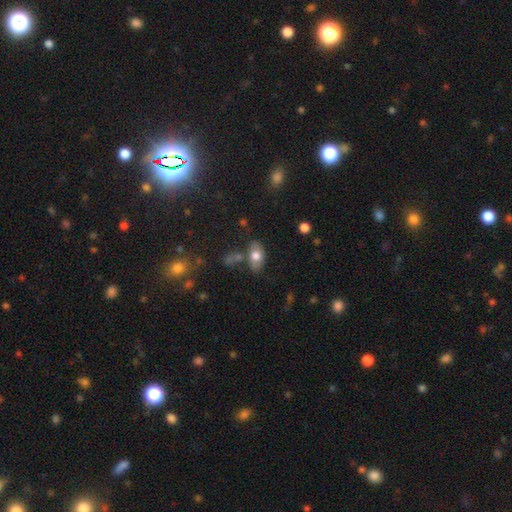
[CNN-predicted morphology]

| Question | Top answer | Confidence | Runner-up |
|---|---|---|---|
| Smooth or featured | smooth | 73% | featured or disk (19%) |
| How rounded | in between | 87% | round (10%) |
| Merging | none | 63% | minor disturbance (19%) |